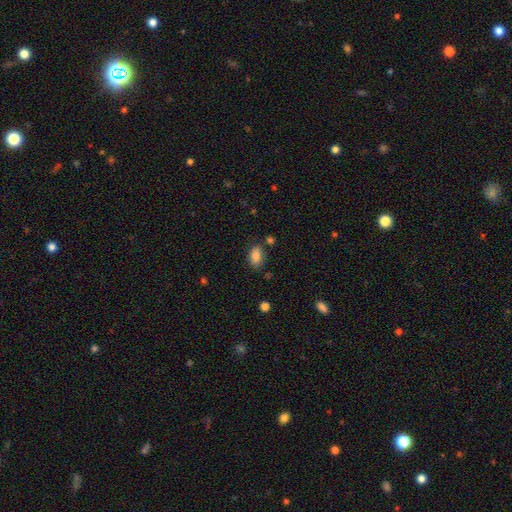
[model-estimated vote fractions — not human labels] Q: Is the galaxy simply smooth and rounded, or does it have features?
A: smooth — 86%.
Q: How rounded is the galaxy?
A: in between — 89%.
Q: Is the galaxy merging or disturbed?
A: none — 78%.